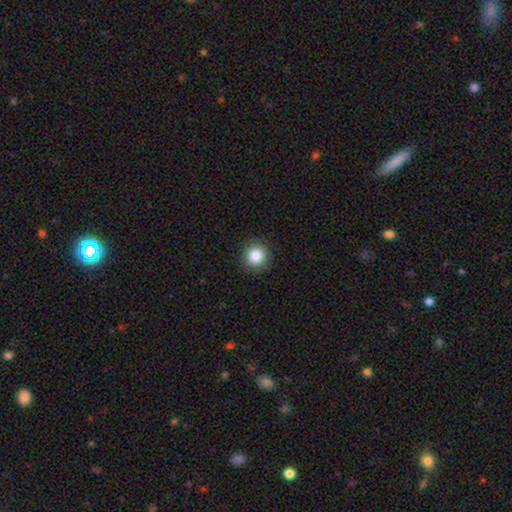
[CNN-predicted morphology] Smooth or featured: smooth — 84% (star or artifact — 10%)
How rounded: round — 93% (in between — 6%)
Merging: none — 92% (minor disturbance — 6%)